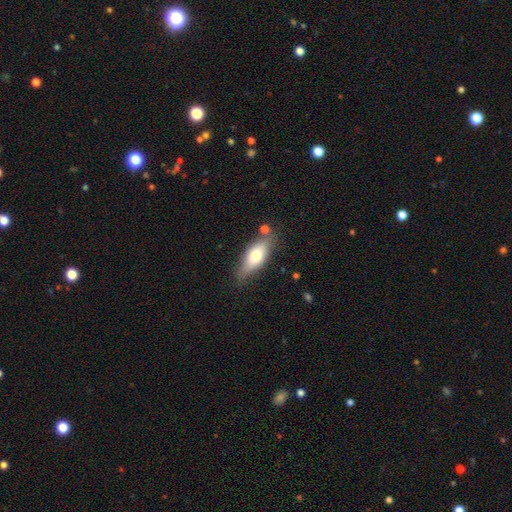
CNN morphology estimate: type=smooth (63%); roundness=in between (68%); merging=none (74%).